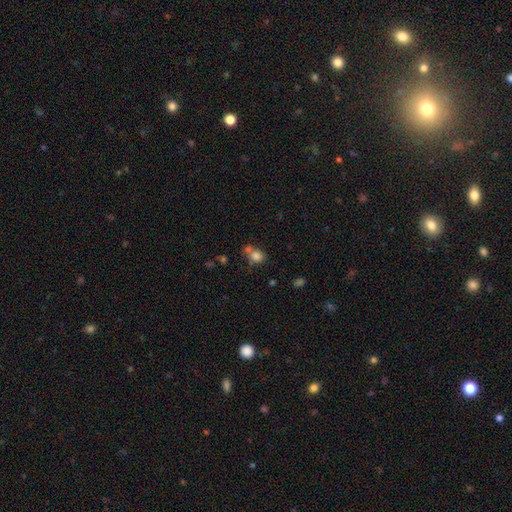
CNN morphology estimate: This appears to be a smooth galaxy with no disk features (79%) that is round (63%). Merging: none (49%).